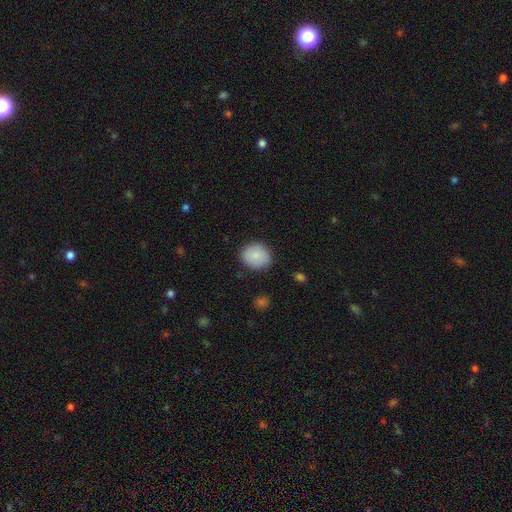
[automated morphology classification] Smooth or featured: smooth — 86% (star or artifact — 7%)
How rounded: round — 73% (in between — 26%)
Merging: none — 84% (minor disturbance — 12%)